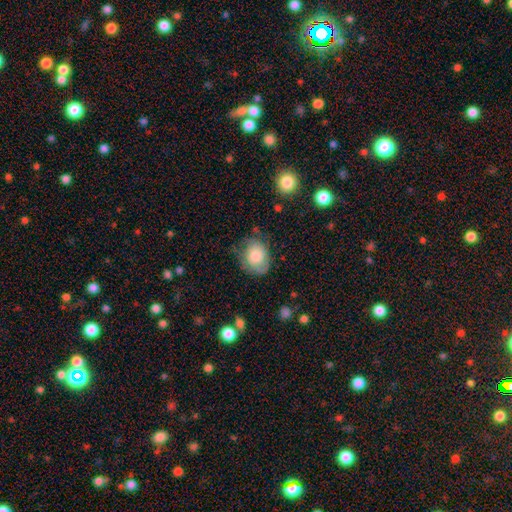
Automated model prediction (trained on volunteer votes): Smooth or featured? Predicted: smooth (p=0.74). How rounded? Predicted: in between (p=0.58). Merging? Predicted: none (p=0.59).